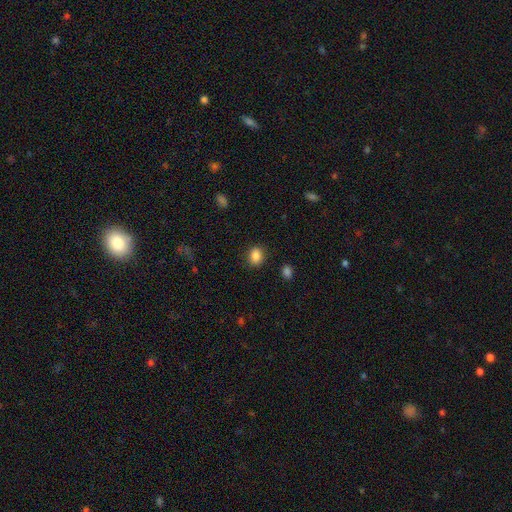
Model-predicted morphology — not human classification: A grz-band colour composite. It shows a smooth galaxy with no disk features (86%) that is round (50%). Merging: none (87%).